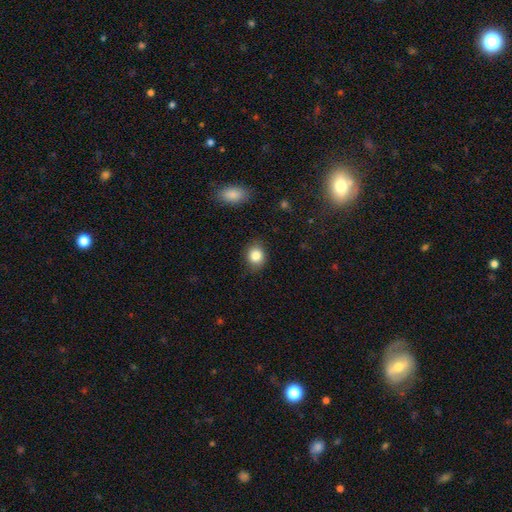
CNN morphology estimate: Smooth or featured? smooth (84%)
How rounded? round (62%)
Merging? none (83%)